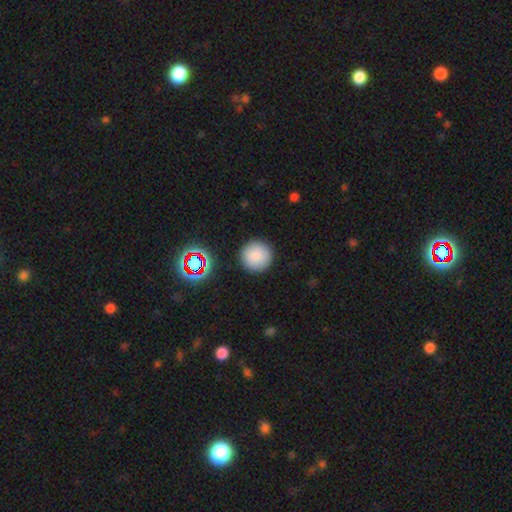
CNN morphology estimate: smooth_or_featured: smooth (p=0.83) [alt: star or artifact p=0.11]
how_rounded: round (p=0.96) [alt: in between p=0.03]
merging: none (p=0.91) [alt: minor disturbance p=0.06]